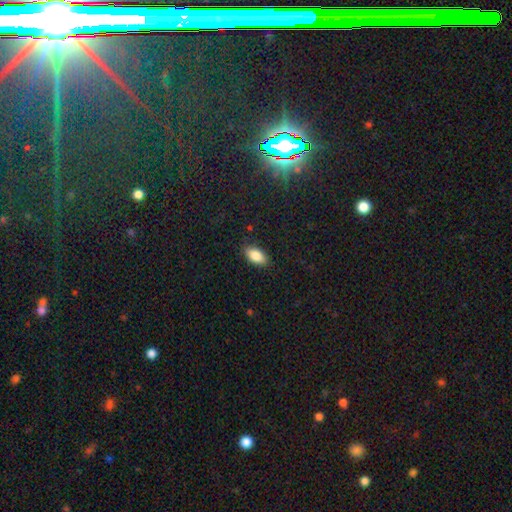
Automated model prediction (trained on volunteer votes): smooth_or_featured: smooth (p=0.86) [alt: star or artifact p=0.07]
how_rounded: in between (p=0.92) [alt: cigar-shaped p=0.05]
merging: none (p=0.85) [alt: minor disturbance p=0.11]